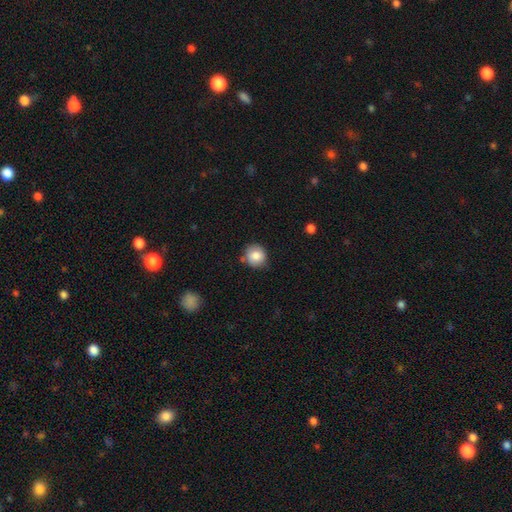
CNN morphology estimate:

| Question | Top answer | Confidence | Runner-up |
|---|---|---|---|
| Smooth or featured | smooth | 83% | featured or disk (8%) |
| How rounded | round | 89% | in between (10%) |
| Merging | none | 78% | minor disturbance (16%) |